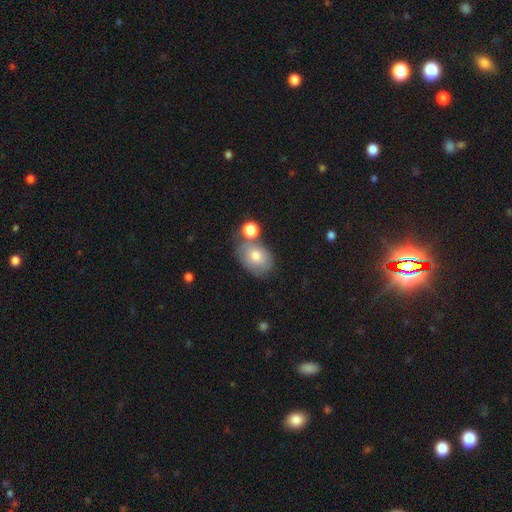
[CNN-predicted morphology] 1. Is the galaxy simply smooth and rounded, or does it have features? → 69% smooth, 23% featured or disk, 9% star or artifact.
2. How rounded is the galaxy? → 68% in between, 31% round, 1% cigar-shaped.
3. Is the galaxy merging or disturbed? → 52% none, 21% merger, 20% minor disturbance, 7% major disturbance.